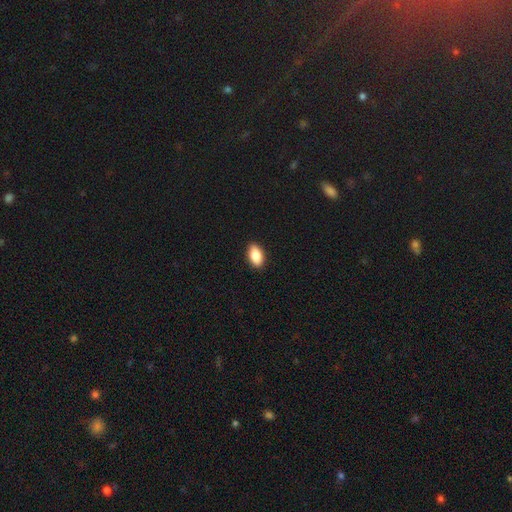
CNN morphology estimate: Smooth or featured: smooth — 87% (star or artifact — 7%)
How rounded: in between — 92% (cigar-shaped — 4%)
Merging: none — 90% (minor disturbance — 7%)